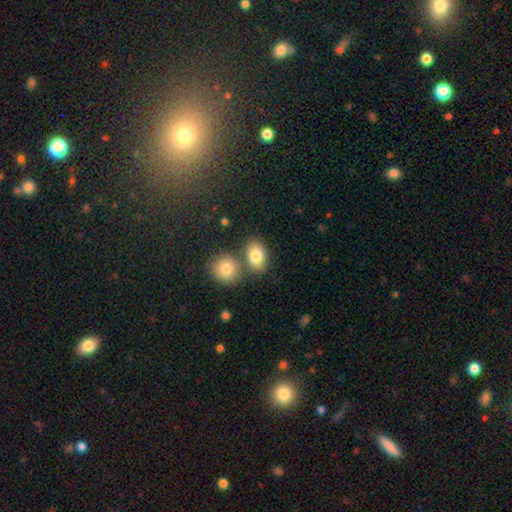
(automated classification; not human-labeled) The model was most divided on "merging": none: 62%, merger: 25%, minor disturbance: 10%, major disturbance: 3%. More confident: smooth or featured — smooth (81%); how rounded — in between (77%).